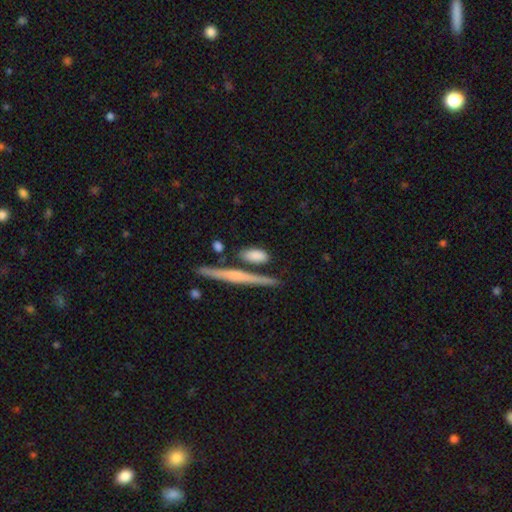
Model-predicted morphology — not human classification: smooth 77%, featured or disk 16%, star or artifact 7%. Down the decision tree: how rounded — in between (67%); merging — none (67%).